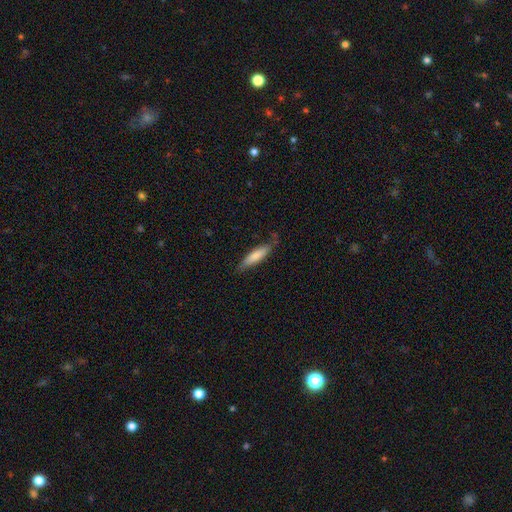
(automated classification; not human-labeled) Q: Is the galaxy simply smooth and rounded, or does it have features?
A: smooth — 78%.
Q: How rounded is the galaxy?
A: cigar-shaped — 74%.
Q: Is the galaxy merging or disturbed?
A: none — 76%.